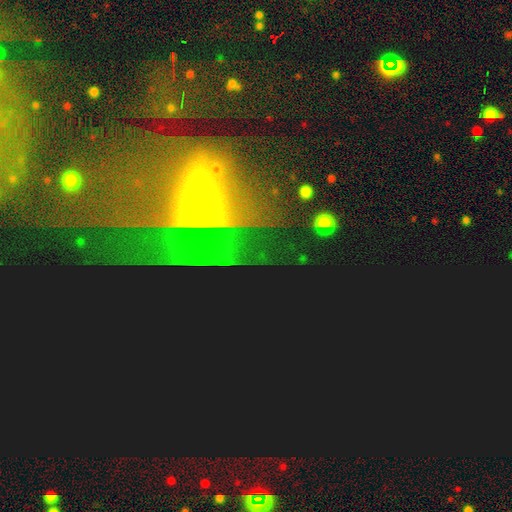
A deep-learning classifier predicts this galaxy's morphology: The model was most divided on "smooth or featured" (2-way tie): featured or disk: 42%, star or artifact: 42%, smooth: 16%. Remaining: merging — major disturbance (38%).